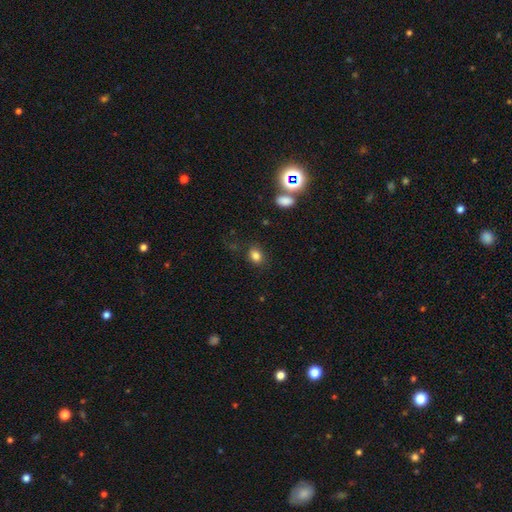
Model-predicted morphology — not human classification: Smooth or featured? Predicted: smooth (p=0.83). How rounded? Predicted: in between (p=0.61). Merging? Predicted: none (p=0.83).